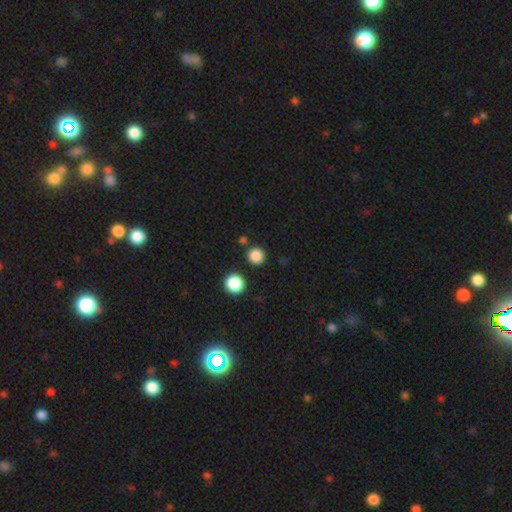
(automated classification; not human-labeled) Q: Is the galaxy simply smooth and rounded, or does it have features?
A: smooth — 84%.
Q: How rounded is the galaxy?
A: round — 94%.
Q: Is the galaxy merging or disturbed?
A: none — 87%.